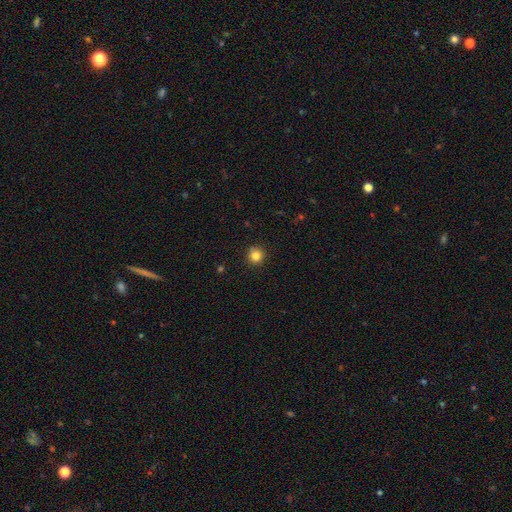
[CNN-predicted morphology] A smooth galaxy with no disk features (82%) that is round (93%).

Vote fractions:
- Smooth or featured? smooth: 82% / star or artifact: 12% / featured or disk: 6%
- How rounded? round: 93% / in between: 6% / cigar-shaped: 1%
- Merging? none: 91% / minor disturbance: 6% / major disturbance: 2% / merger: 1%